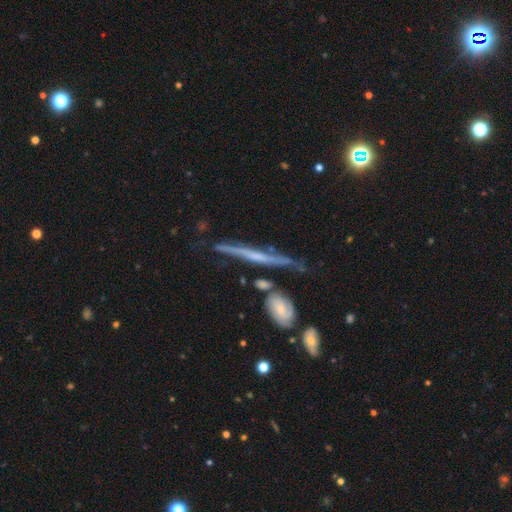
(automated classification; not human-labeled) This is likely a featured or disk galaxy (73%). It is clearly viewed edge-on (93%). Edge-on bulge: possibly none (55%). Merging: likely none (70%).